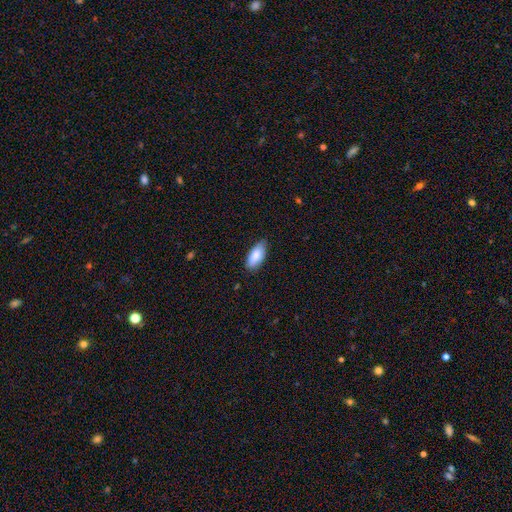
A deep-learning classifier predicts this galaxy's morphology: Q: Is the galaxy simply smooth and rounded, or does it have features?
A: smooth — 86%.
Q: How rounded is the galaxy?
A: in between — 87%.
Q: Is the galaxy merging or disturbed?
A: none — 78%.